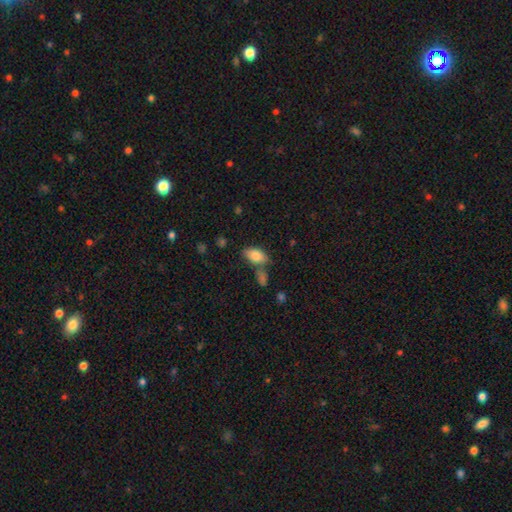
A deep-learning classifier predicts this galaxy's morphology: Smooth or featured? smooth (83%)
How rounded? in between (91%)
Merging? none (59%)